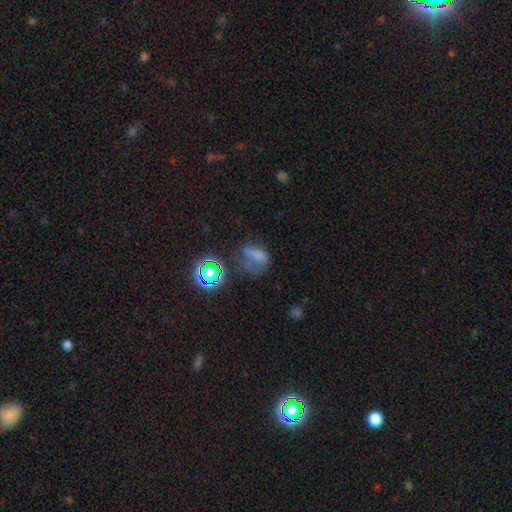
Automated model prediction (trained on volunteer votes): Q: Smooth or featured?
A: smooth (60%); runner-up: star or artifact (25%)
Q: How rounded?
A: in between (65%); runner-up: round (31%)
Q: Merging?
A: none (34%); runner-up: major disturbance (30%)